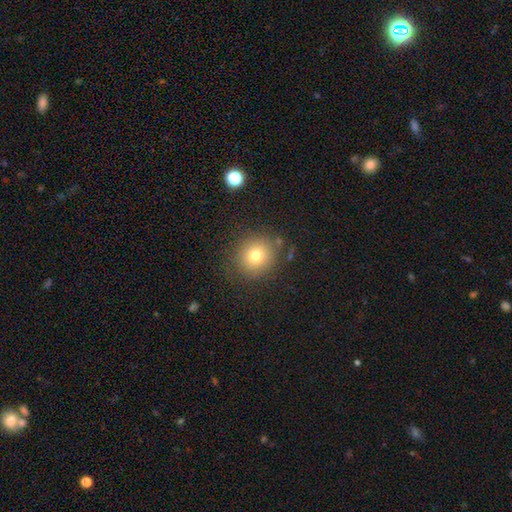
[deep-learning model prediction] This is likely a smooth galaxy (75%). How rounded: clearly round (86%). Merging: clearly none (83%).